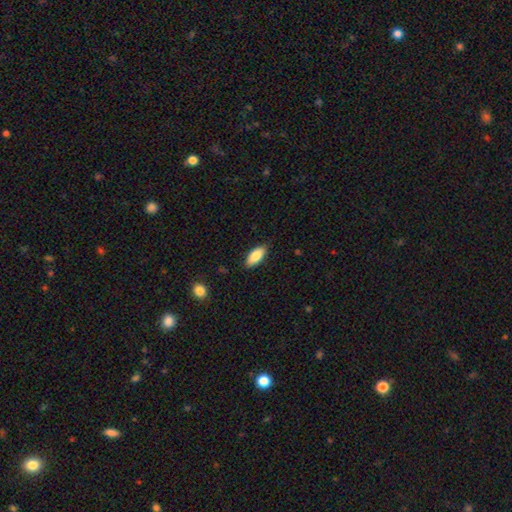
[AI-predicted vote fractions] Morphology: type=smooth (84%); roundness=in between (84%); merging=none (85%).